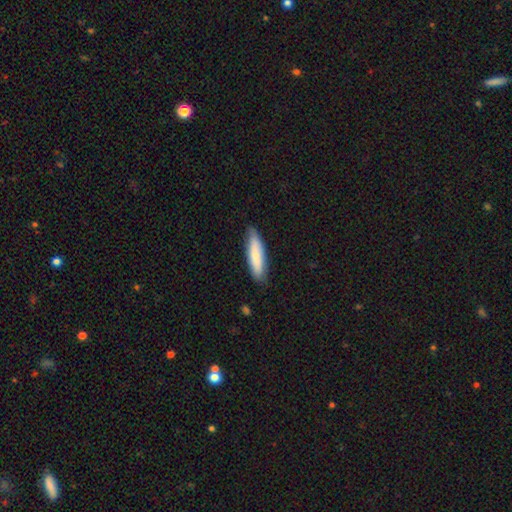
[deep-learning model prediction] Smooth or featured: smooth — 77% (featured or disk — 18%)
How rounded: cigar-shaped — 69% (in between — 30%)
Merging: none — 82% (minor disturbance — 15%)